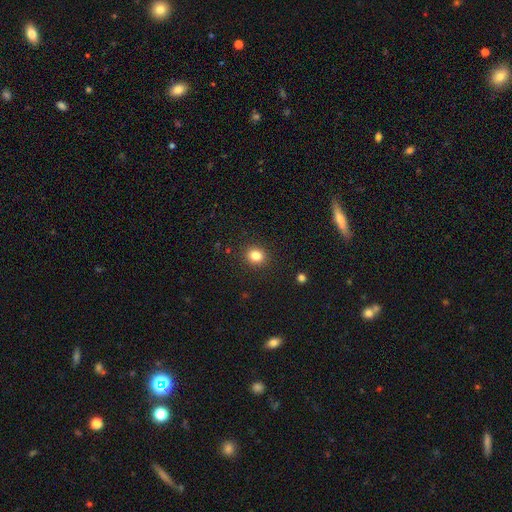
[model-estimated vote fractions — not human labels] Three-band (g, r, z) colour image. It shows a smooth galaxy with no disk features (83%) that is round (72%). Merging: none (90%).